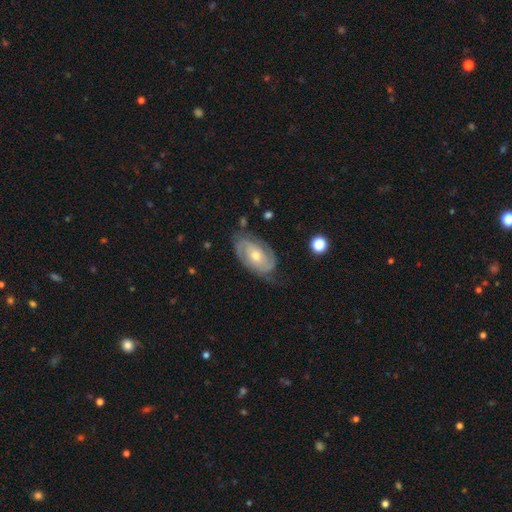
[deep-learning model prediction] The model was most divided on "bulge size": moderate: 58%, small: 38%, large: 2%, none: 1%, dominant: 1%. More confident: edge-on disk — no (96%); spiral arms — yes (95%); smooth or featured — featured or disk (84%); merging — none (73%); spiral arm count — 2 (68%); bar — no (67%); spiral winding — tight (61%).